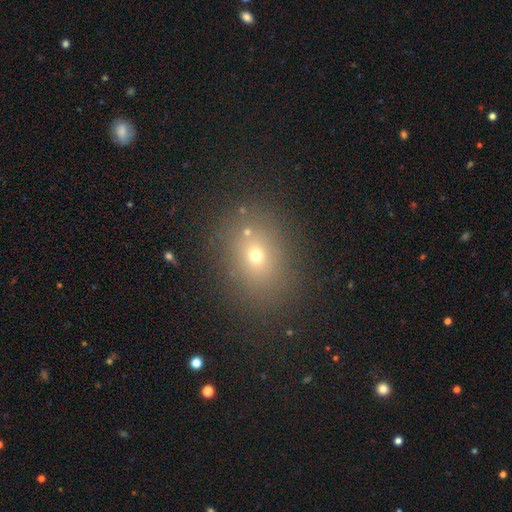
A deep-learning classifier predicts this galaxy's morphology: smooth_or_featured: smooth (p=0.61) [alt: star or artifact p=0.26]
how_rounded: round (p=0.54) [alt: in between p=0.45]
merging: none (p=0.82) [alt: minor disturbance p=0.09]